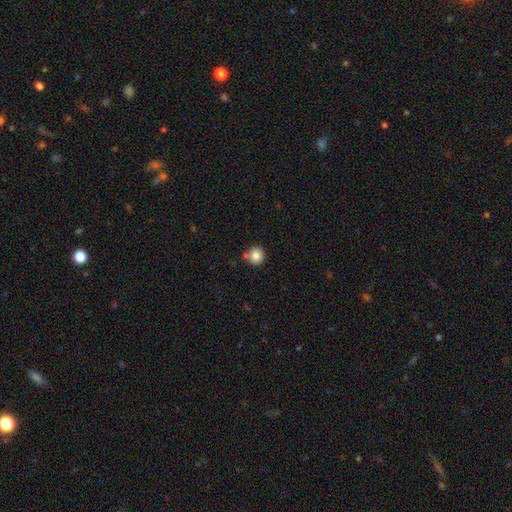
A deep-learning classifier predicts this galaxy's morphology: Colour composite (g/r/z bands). It shows a smooth galaxy with no disk features (84%) that is round (93%). Merging: none (74%).